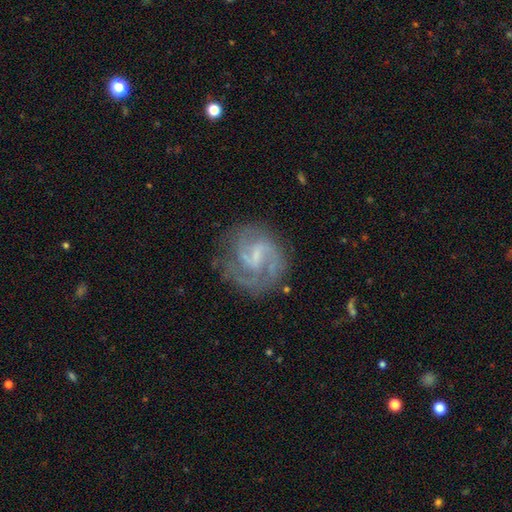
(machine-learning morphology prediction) A featured or disk galaxy (84%) with a weak bar (59%), 2 (50%) medium (48%) spiral arms (93%) and a small central bulge (47%).

Vote fractions:
- Smooth or featured? featured or disk: 84% / smooth: 10% / star or artifact: 6%
- Edge-on disk? no: 98% / yes: 2%
- Bar? weak: 59% / no: 23% / strong: 19%
- Spiral arms? yes: 93% / no: 7%
- Spiral winding? medium: 48% / tight: 31% / loose: 21%
- Spiral arm count? 2: 50% / can't tell: 18% / 3: 18% / 1: 6% / 4: 4% / more than 4: 4%
- Bulge size? small: 47% / none: 34% / moderate: 17% / large: 2% / dominant: 1%
- Merging? none: 67% / minor disturbance: 17% / major disturbance: 13% / merger: 2%